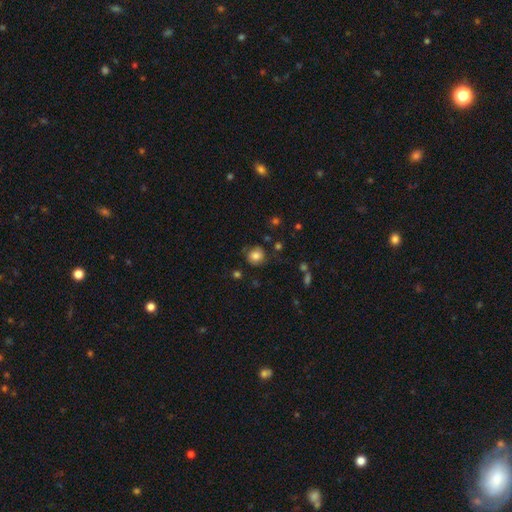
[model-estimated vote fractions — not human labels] A smooth galaxy with no disk features (75%) that is round (86%).

Vote fractions:
- Smooth or featured? smooth: 75% / featured or disk: 14% / star or artifact: 10%
- How rounded? round: 86% / in between: 13% / cigar-shaped: 1%
- Merging? none: 75% / minor disturbance: 17% / major disturbance: 6% / merger: 2%